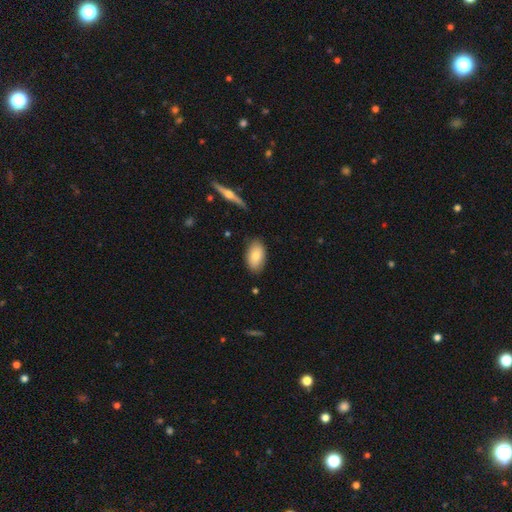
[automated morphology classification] type=smooth (80%); roundness=in between (93%); merging=none (84%).